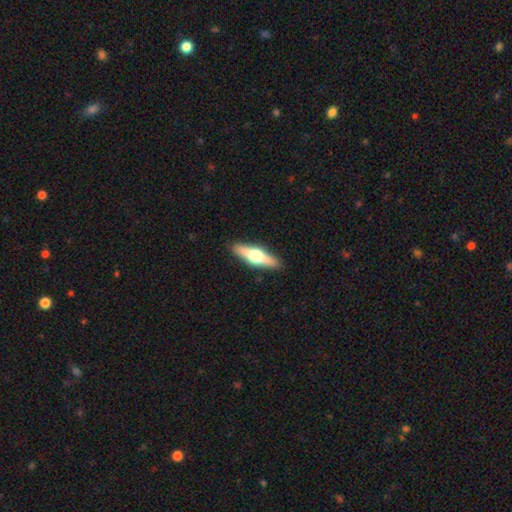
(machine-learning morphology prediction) This appears to be a featured or disk galaxy (60%) viewed edge-on (95%) with a rounded central bulge (96%). Merging: none (91%).